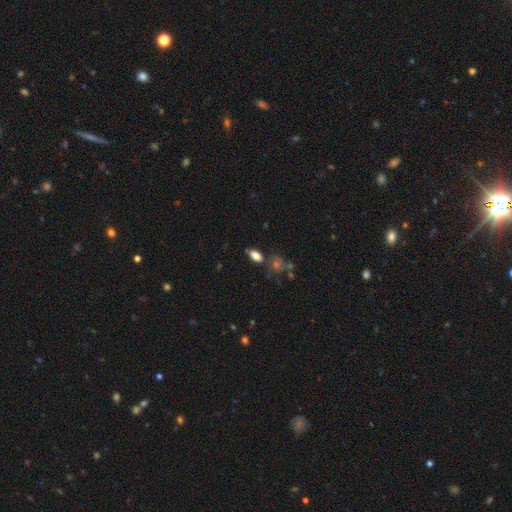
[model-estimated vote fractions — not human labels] Overall: smooth (79%). How rounded: in between (88%). Merging: none (71%).